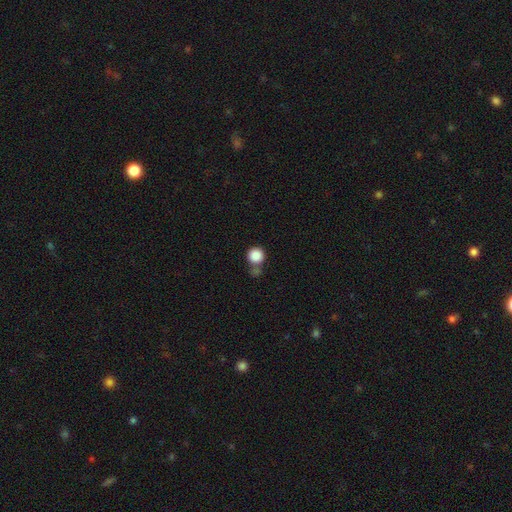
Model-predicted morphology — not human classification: Q: Smooth or featured?
A: smooth (87%); runner-up: star or artifact (9%)
Q: How rounded?
A: round (94%); runner-up: in between (5%)
Q: Merging?
A: none (61%); runner-up: merger (22%)